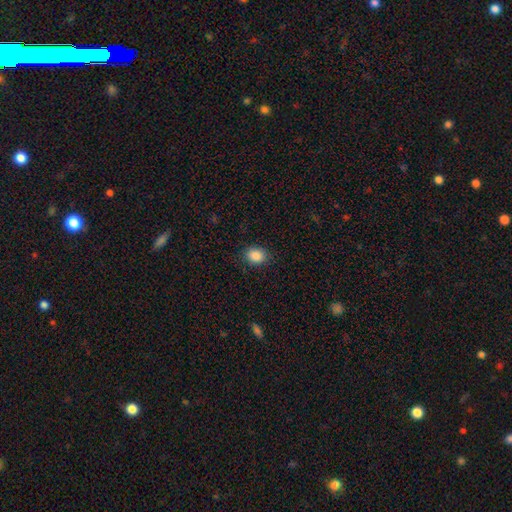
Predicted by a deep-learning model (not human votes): Overall: smooth (87%). How rounded: round (50%; in between 49%). Merging: none (87%).